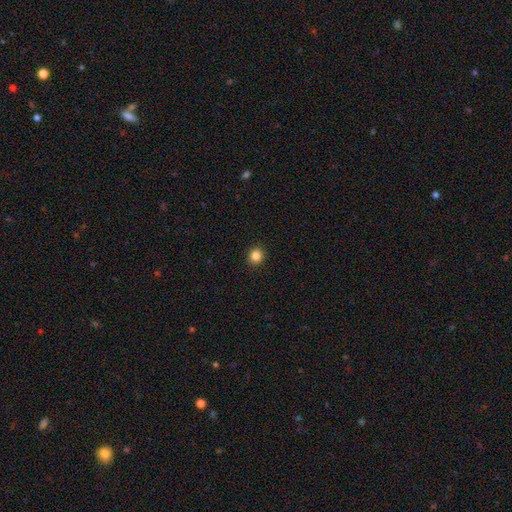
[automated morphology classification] Q: Smooth or featured?
A: smooth (85%); runner-up: star or artifact (11%)
Q: How rounded?
A: round (91%); runner-up: in between (9%)
Q: Merging?
A: none (93%); runner-up: minor disturbance (5%)